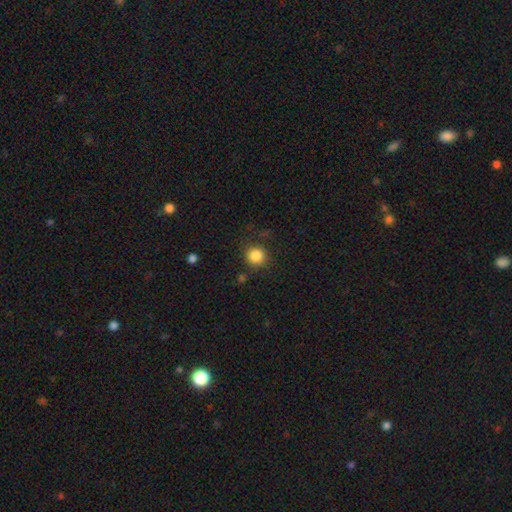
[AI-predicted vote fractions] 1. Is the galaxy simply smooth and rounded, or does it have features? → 85% smooth, 11% star or artifact, 4% featured or disk.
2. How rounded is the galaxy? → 91% round, 8% in between, 1% cigar-shaped.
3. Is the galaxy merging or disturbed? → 82% none, 11% minor disturbance, 4% major disturbance, 3% merger.